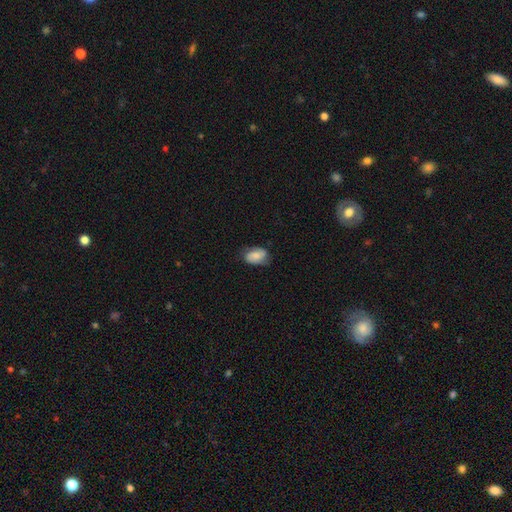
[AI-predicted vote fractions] A smooth galaxy with no disk features (69%) that is in between round and cigar-shaped (87%). Merging: none (70%).